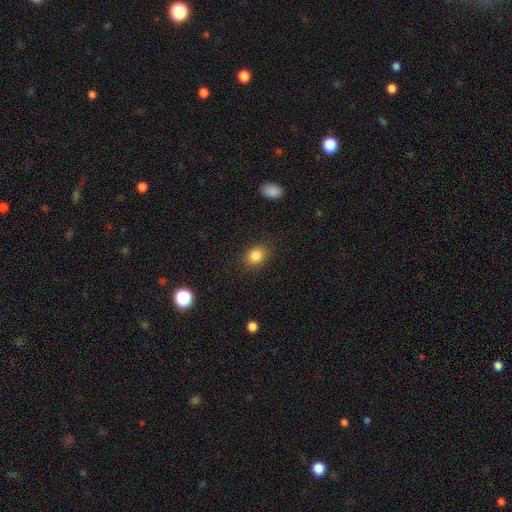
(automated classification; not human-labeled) Morphology: type=smooth (85%); roundness=in between (61%); merging=none (85%).